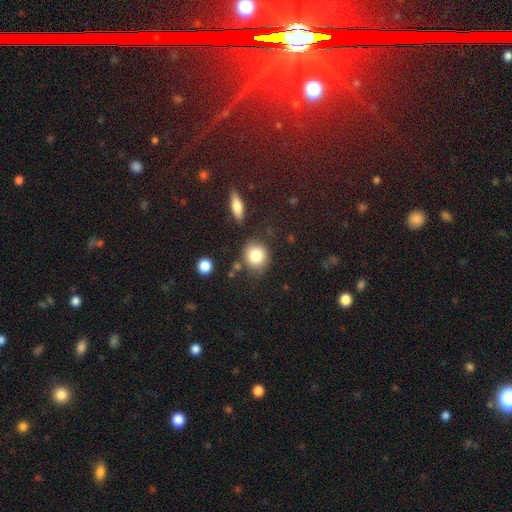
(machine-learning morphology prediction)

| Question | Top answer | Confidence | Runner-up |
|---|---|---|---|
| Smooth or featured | smooth | 81% | featured or disk (10%) |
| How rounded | round | 78% | in between (20%) |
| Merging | none | 76% | minor disturbance (13%) |